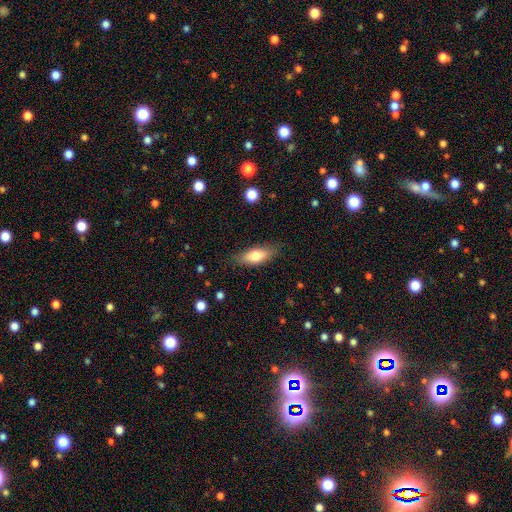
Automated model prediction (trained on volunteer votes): The model was most divided on "how rounded": in between: 68%, cigar-shaped: 29%, round: 3%. More confident: merging — none (83%); smooth or featured — smooth (69%).